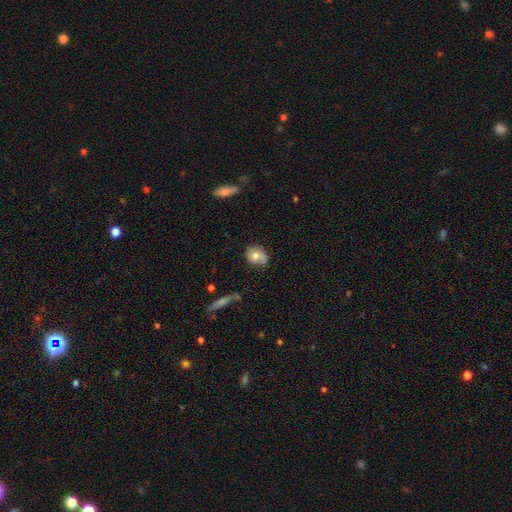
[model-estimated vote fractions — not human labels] The model was most divided on "how rounded": round: 53%, in between: 46%, cigar-shaped: 2%. More confident: smooth or featured — smooth (67%); merging — none (66%).